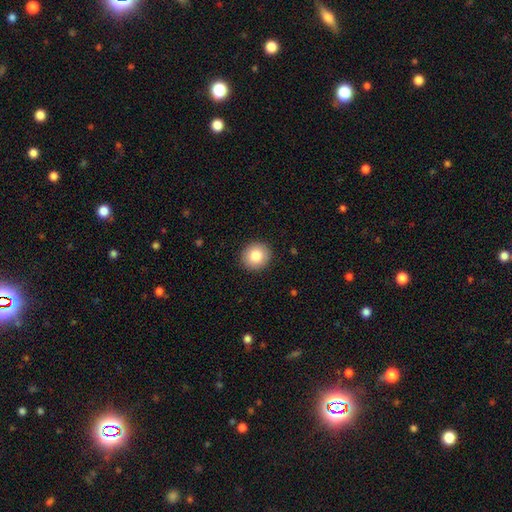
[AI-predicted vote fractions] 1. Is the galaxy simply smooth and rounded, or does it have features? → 84% smooth, 8% star or artifact, 8% featured or disk.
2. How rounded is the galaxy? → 89% round, 10% in between, 1% cigar-shaped.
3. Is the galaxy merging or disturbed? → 91% none, 6% minor disturbance, 2% major disturbance, 1% merger.